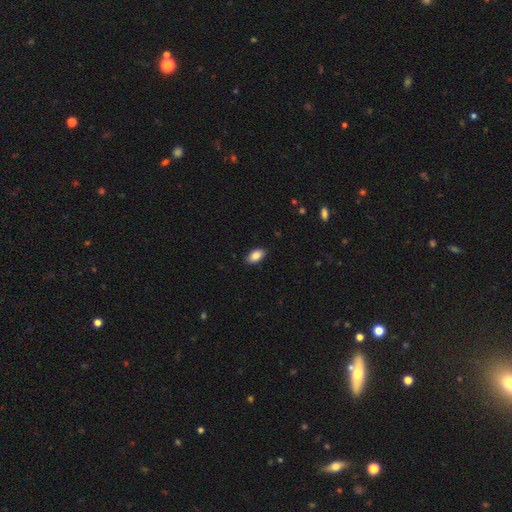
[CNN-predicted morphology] A smooth galaxy with no disk features (86%) that is in between round and cigar-shaped (93%). Merging: none (88%).